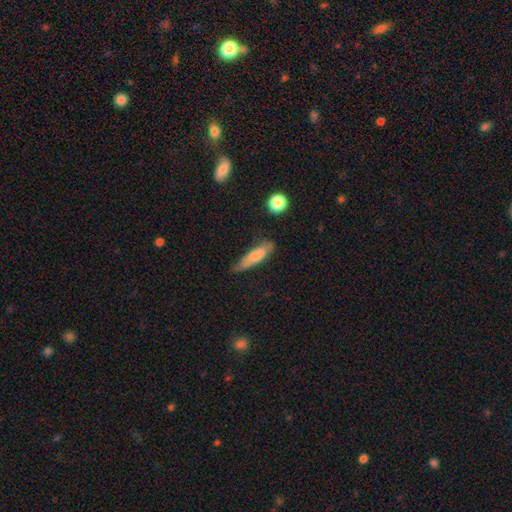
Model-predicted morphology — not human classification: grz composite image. It shows a smooth galaxy with no disk features (69%) that is cigar-shaped (67%). Merging: none (58%).